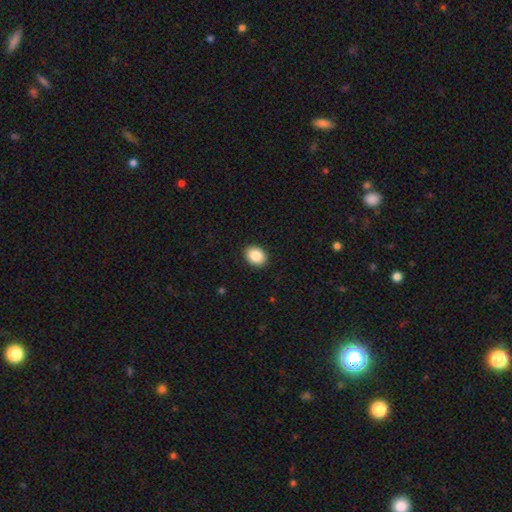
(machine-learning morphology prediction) smooth-or-featured: smooth: 88% | star or artifact: 8% | featured or disk: 4%
  how-rounded: in between: 63% | round: 37% | cigar-shaped: 1%
  merging: none: 91% | minor disturbance: 6% | major disturbance: 2% | merger: 1%